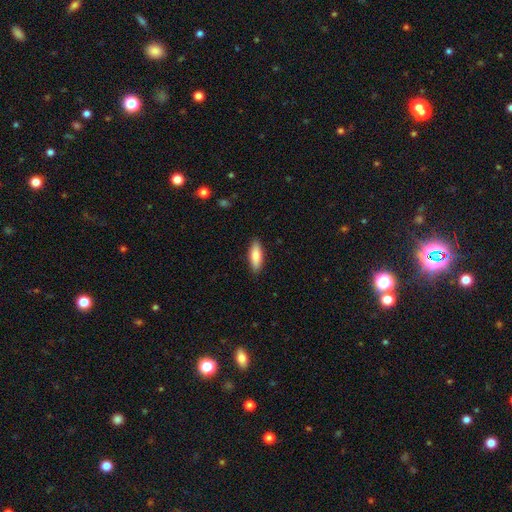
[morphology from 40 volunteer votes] type=smooth (80%); roundness=cigar-shaped (69%); merging=none (92%).